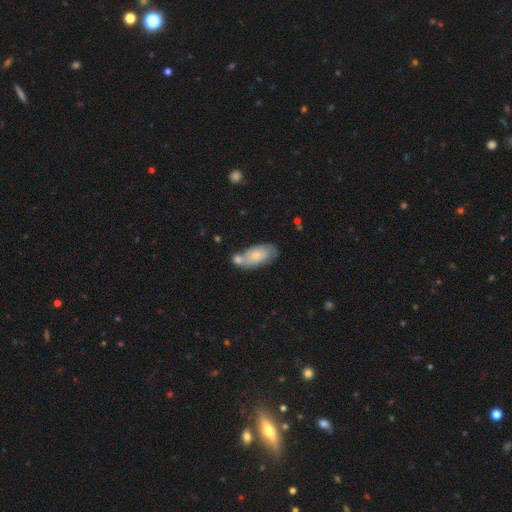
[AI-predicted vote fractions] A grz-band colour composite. It shows a smooth galaxy with no disk features (67%) that is in between round and cigar-shaped (90%). Merging: none (43%).